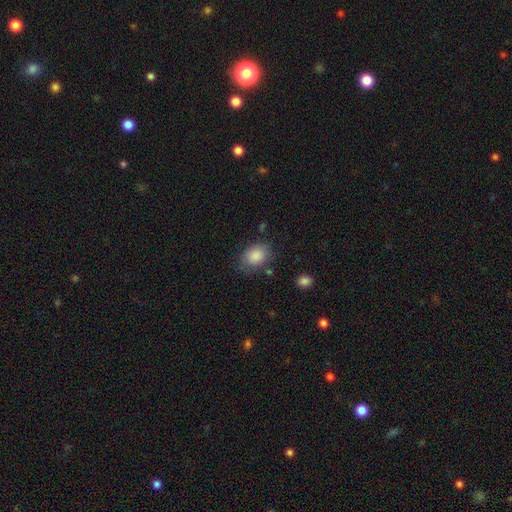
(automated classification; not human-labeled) Smooth or featured: smooth — 87% (star or artifact — 8%)
How rounded: in between — 70% (round — 29%)
Merging: none — 71% (minor disturbance — 19%)